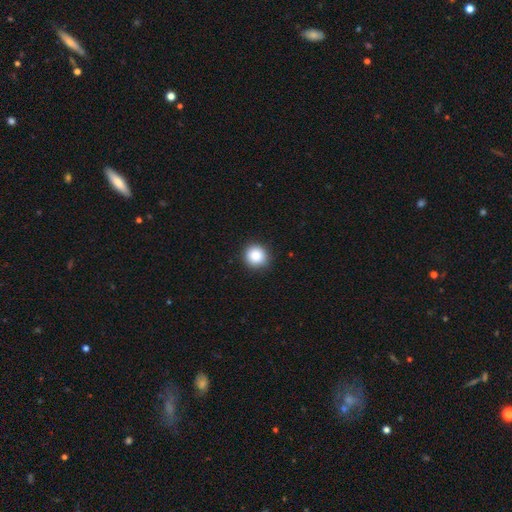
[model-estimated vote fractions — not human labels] A smooth galaxy with no disk features (87%) that is round (91%). Merging: none (89%).